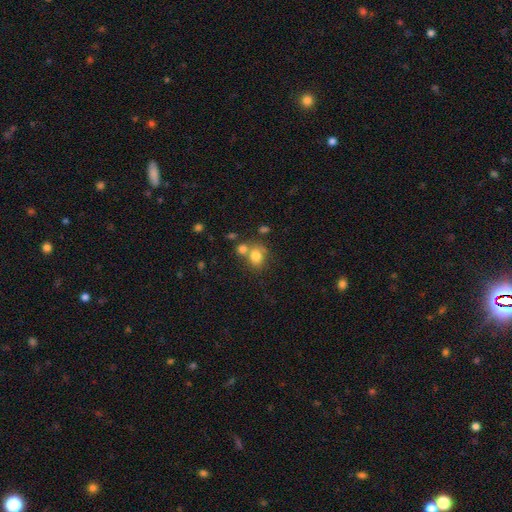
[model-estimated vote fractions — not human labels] The model was most divided on "merging": none: 46%, merger: 34%, minor disturbance: 14%, major disturbance: 6%. More confident: smooth or featured — smooth (79%); how rounded — round (63%).